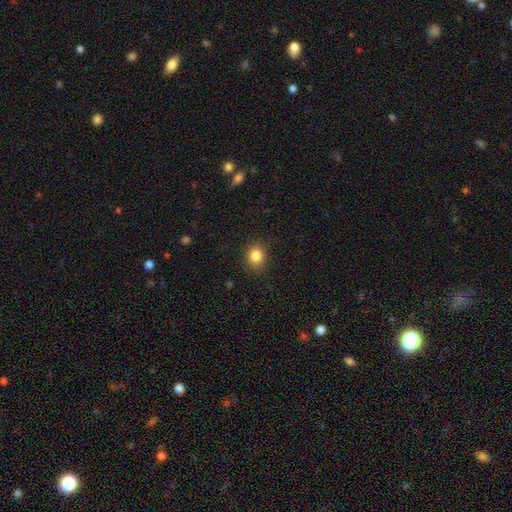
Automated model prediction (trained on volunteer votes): This appears to be a smooth galaxy with no disk features (84%) that is round (67%). Merging: none (87%).